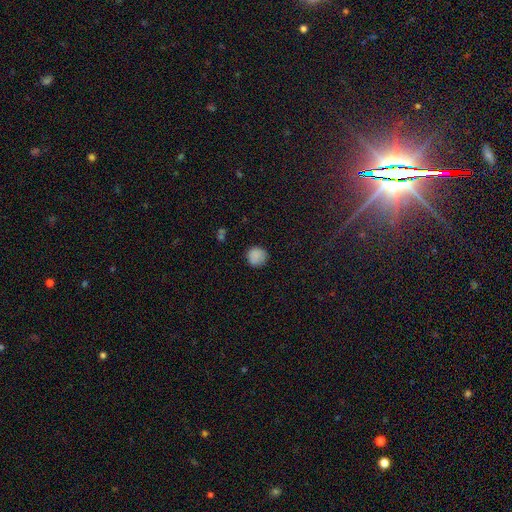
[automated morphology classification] Smooth or featured? smooth (84%)
How rounded? round (91%)
Merging? none (81%)